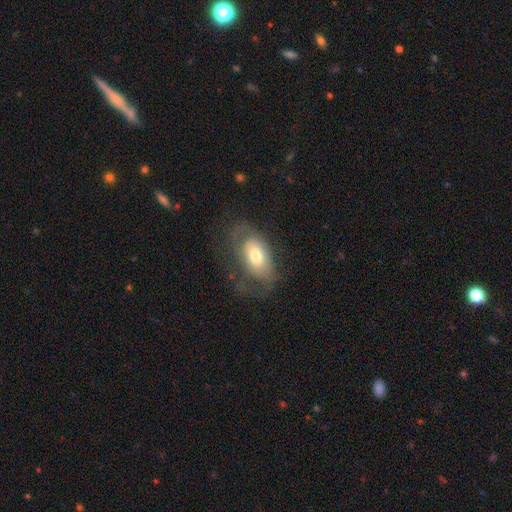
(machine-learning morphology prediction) This is possibly a smooth galaxy (57%). How rounded: clearly in between (90%). Merging: marginally none (42%).